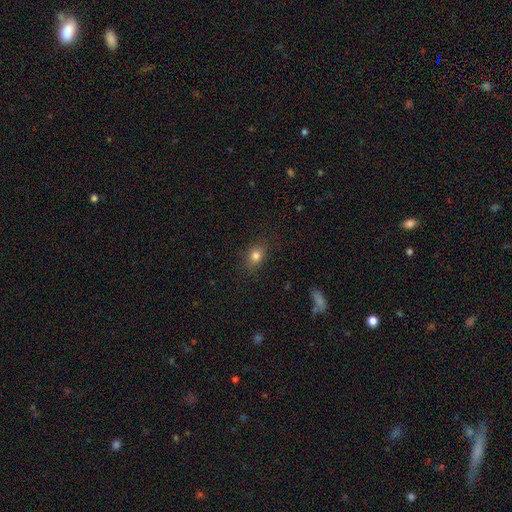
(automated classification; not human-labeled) Smooth or featured: smooth — 80% (star or artifact — 12%)
How rounded: in between — 61% (round — 37%)
Merging: none — 85% (minor disturbance — 11%)